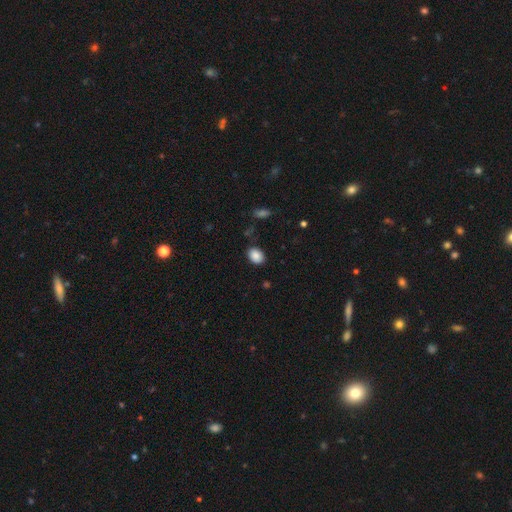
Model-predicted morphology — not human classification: The model was most divided on "how rounded": in between: 72%, round: 27%, cigar-shaped: 1%. More confident: smooth or featured — smooth (88%); merging — none (83%).